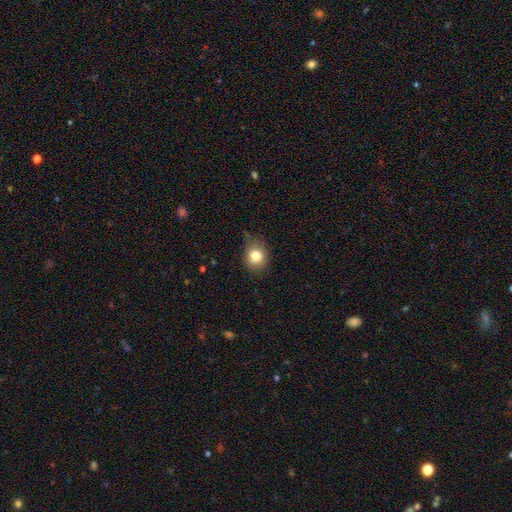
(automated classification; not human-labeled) A smooth galaxy with no disk features (82%) that is round (68%). Merging: none (69%).